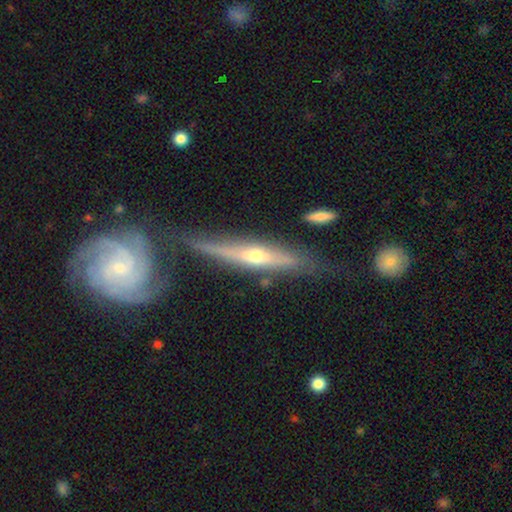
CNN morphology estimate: featured or disk 68%, smooth 25%, star or artifact 7%. Down the decision tree: edge-on disk — yes (89%); edge-on bulge — rounded (78%); merging — none (66%).